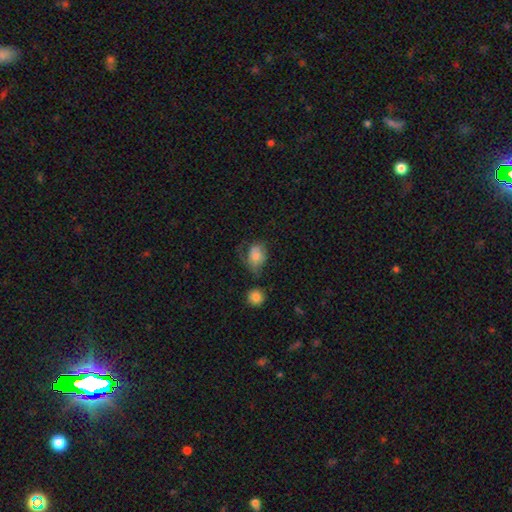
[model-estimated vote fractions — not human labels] Overall: smooth (70%). How rounded: in between (63%; round 36%). Merging: none (36%; major disturbance 30%).